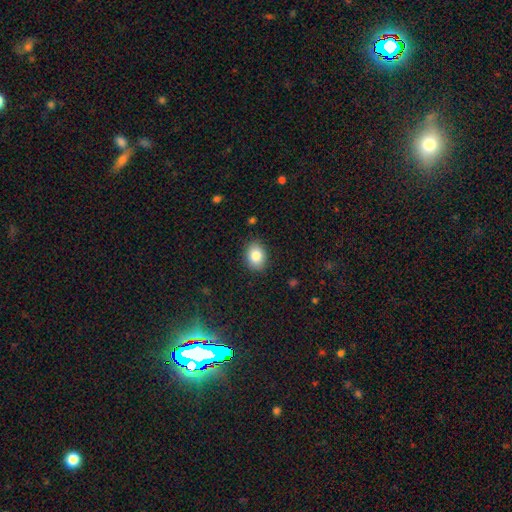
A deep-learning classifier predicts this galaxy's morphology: Smooth or featured? Predicted: smooth (p=0.84). How rounded? Predicted: in between (p=0.69). Merging? Predicted: none (p=0.87).